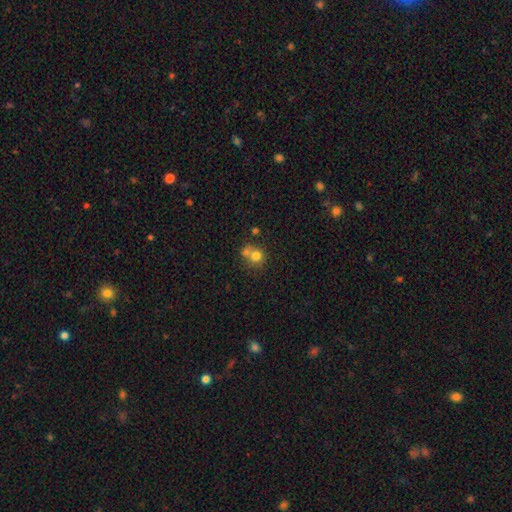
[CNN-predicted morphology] Q: Smooth or featured?
A: smooth (73%); runner-up: featured or disk (14%)
Q: How rounded?
A: round (83%); runner-up: in between (16%)
Q: Merging?
A: merger (47%); runner-up: none (41%)